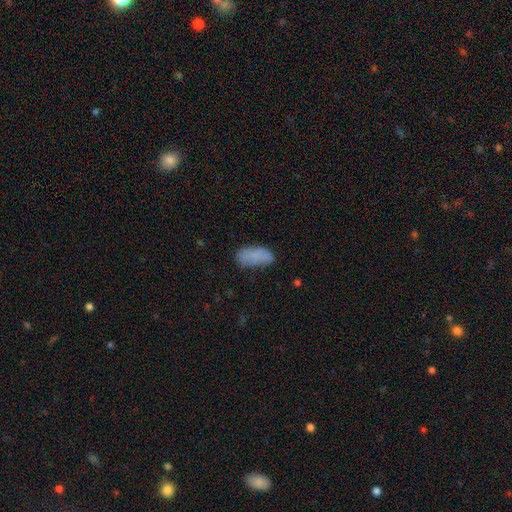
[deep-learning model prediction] A smooth galaxy with no disk features (78%) that is in between round and cigar-shaped (89%). Merging: none (59%).